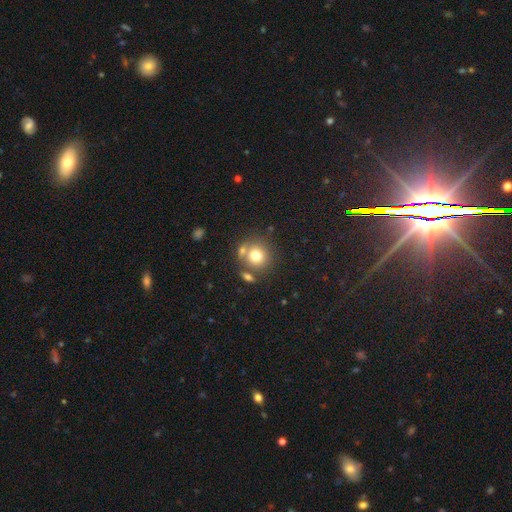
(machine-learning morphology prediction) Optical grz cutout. It shows a smooth galaxy with no disk features (76%) that is round (89%). Merging: none (63%).